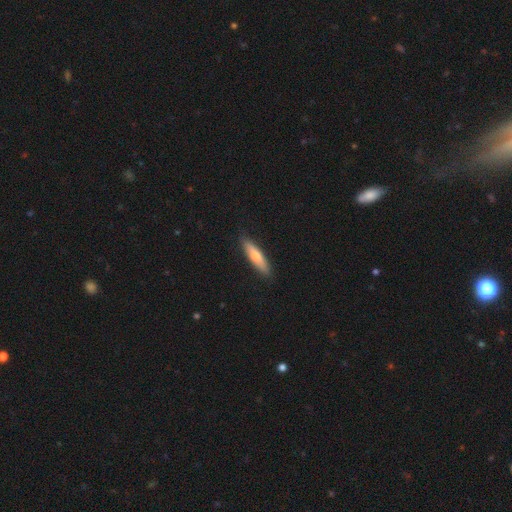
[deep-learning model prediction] This is likely a smooth galaxy (63%). How rounded: likely cigar-shaped (73%). Merging: clearly none (89%).